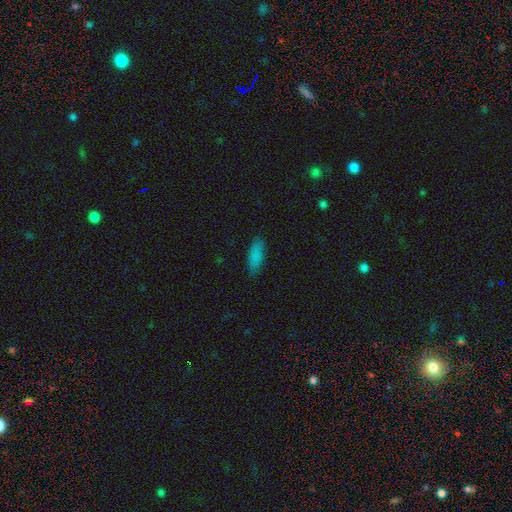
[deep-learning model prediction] smooth_or_featured: smooth (p=0.84) [alt: star or artifact p=0.08]
how_rounded: in between (p=0.66) [alt: cigar-shaped p=0.32]
merging: none (p=0.84) [alt: minor disturbance p=0.13]